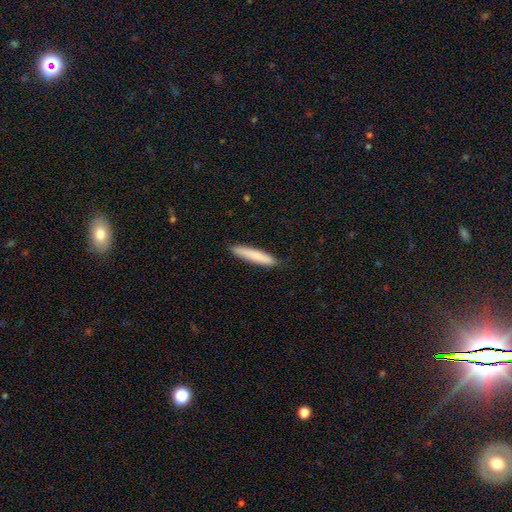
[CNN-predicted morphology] smooth-or-featured: smooth: 82% | featured or disk: 13% | star or artifact: 5%
  how-rounded: cigar-shaped: 92% | in between: 7% | round: 1%
  merging: none: 88% | minor disturbance: 10% | major disturbance: 2% | merger: 1%